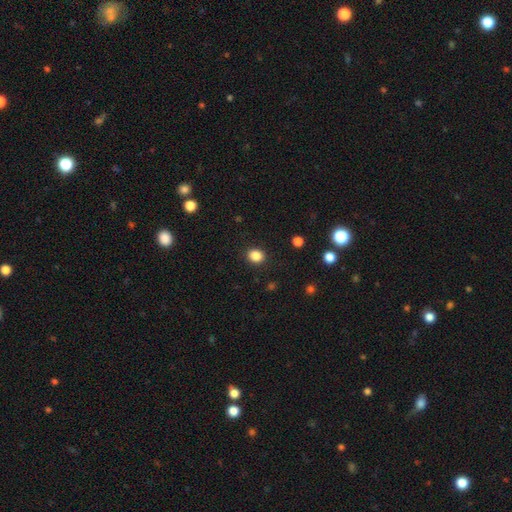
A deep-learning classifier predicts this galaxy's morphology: Smooth or featured?
  - smooth: 86% *
  - star or artifact: 11%
  - featured or disk: 3%
How rounded?
  - round: 61% *
  - in between: 38%
  - cigar-shaped: 1%
Merging?
  - none: 90% *
  - minor disturbance: 7%
  - major disturbance: 2%
  - merger: 1%